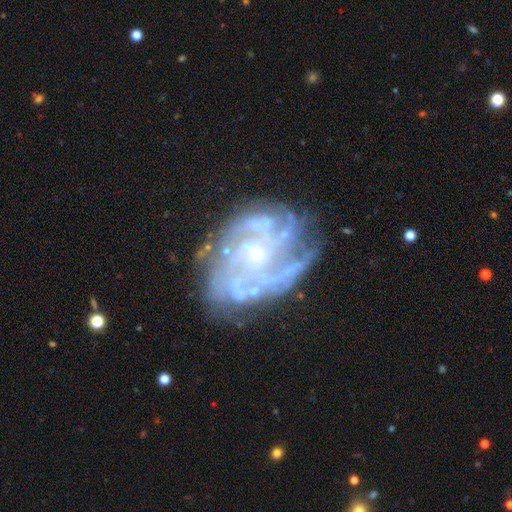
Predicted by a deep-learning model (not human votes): Smooth or featured? Predicted: featured or disk (p=0.87). Edge-on disk? Predicted: no (p=0.98). Bar? Predicted: no (p=0.65). Spiral arms? Predicted: yes (p=0.94). Spiral winding? Predicted: tight (p=0.57). Spiral arm count? Predicted: can't tell (p=0.27). Bulge size? Predicted: small (p=0.68). Merging? Predicted: none (p=0.66).